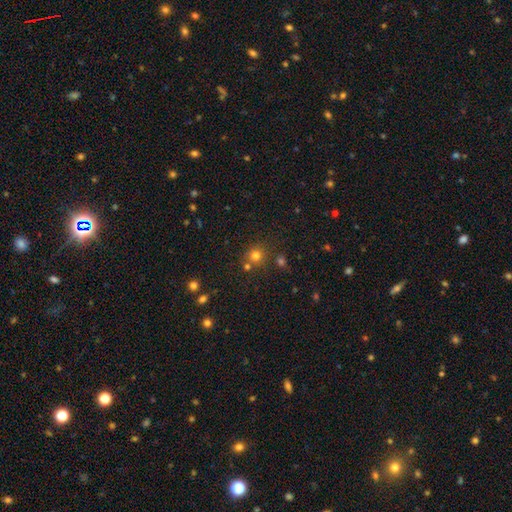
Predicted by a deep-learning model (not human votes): This is likely a smooth galaxy (74%). How rounded: clearly round (89%). Merging: likely none (73%).